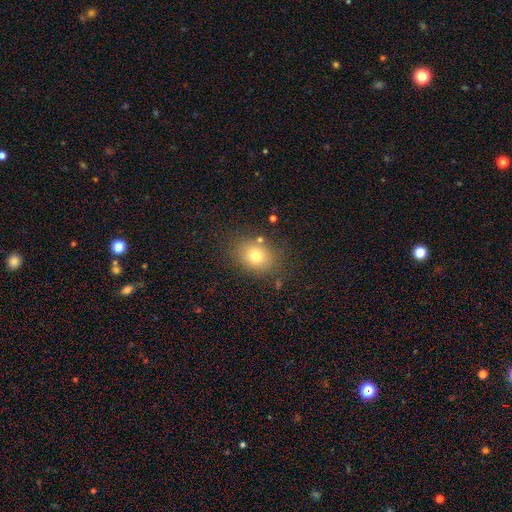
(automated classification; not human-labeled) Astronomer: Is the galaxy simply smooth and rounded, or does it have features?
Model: smooth — 76%.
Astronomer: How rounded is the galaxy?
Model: round — 53% (runner-up: in between, 46%).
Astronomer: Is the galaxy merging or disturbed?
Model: none — 79%.